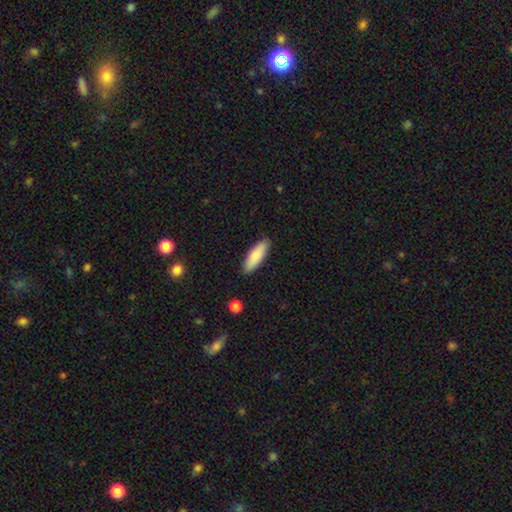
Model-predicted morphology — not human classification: A smooth galaxy with no disk features (85%) that is in between round and cigar-shaped (57%).

Vote fractions:
- Smooth or featured? smooth: 85% / featured or disk: 9% / star or artifact: 6%
- How rounded? in between: 57% / cigar-shaped: 41% / round: 2%
- Merging? none: 89% / minor disturbance: 9% / major disturbance: 2% / merger: 1%